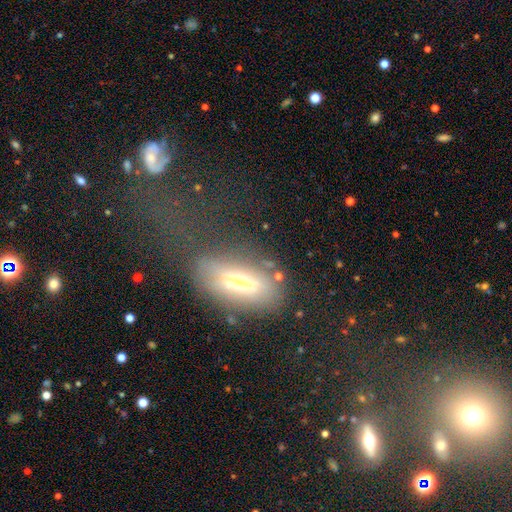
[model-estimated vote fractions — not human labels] This is possibly a smooth galaxy (53%). How rounded: clearly in between (80%). Merging: marginally major disturbance (38%).